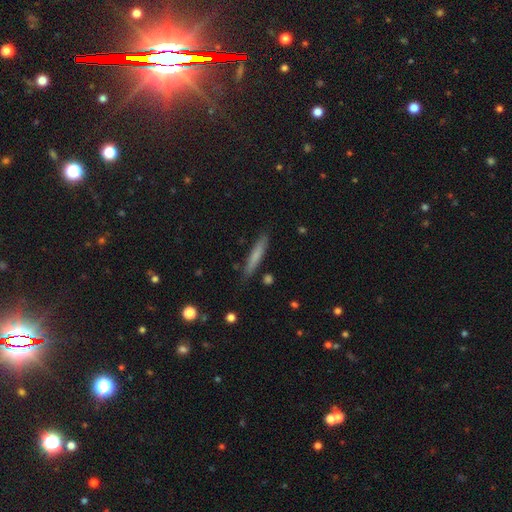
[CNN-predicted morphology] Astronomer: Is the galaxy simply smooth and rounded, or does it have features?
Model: smooth — 72%.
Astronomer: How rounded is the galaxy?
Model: cigar-shaped — 93%.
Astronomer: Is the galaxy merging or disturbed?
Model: none — 86%.